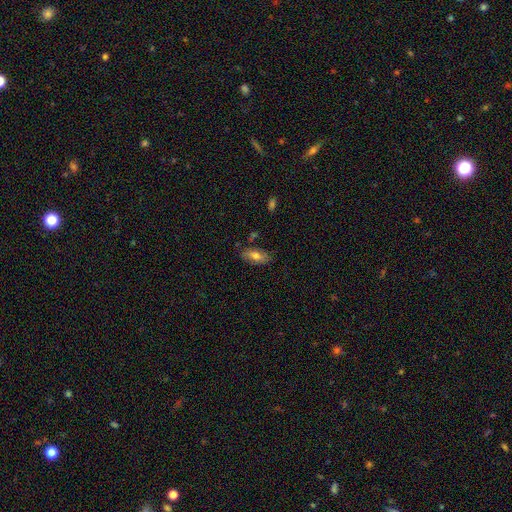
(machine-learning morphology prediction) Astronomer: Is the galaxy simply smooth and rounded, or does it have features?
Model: smooth — 70%.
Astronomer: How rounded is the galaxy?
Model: in between — 82%.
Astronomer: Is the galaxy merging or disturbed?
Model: none — 79%.